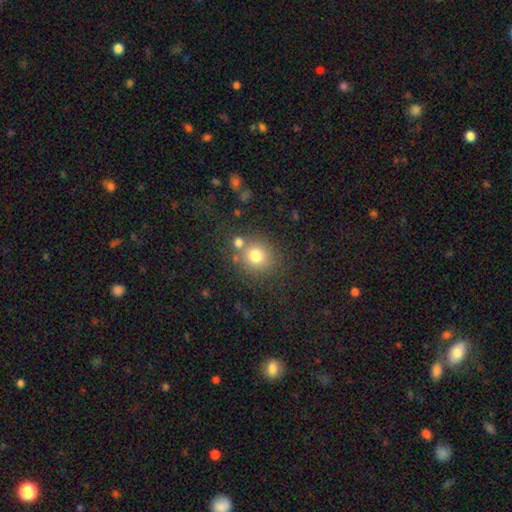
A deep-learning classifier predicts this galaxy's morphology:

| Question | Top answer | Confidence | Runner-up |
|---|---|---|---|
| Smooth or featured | smooth | 76% | star or artifact (14%) |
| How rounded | round | 86% | in between (13%) |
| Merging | none | 68% | merger (16%) |